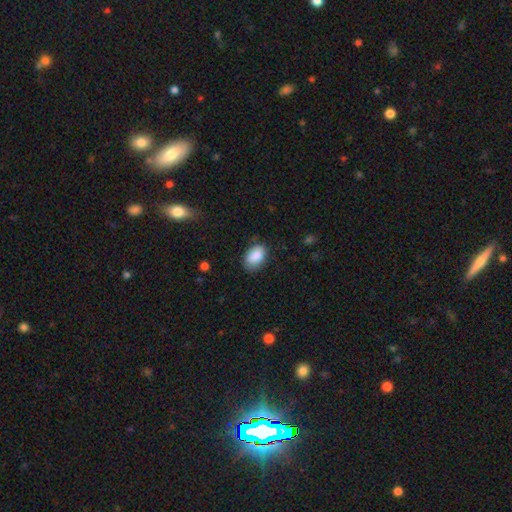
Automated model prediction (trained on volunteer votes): A smooth galaxy with no disk features (87%) that is in between round and cigar-shaped (87%). Merging: none (73%).